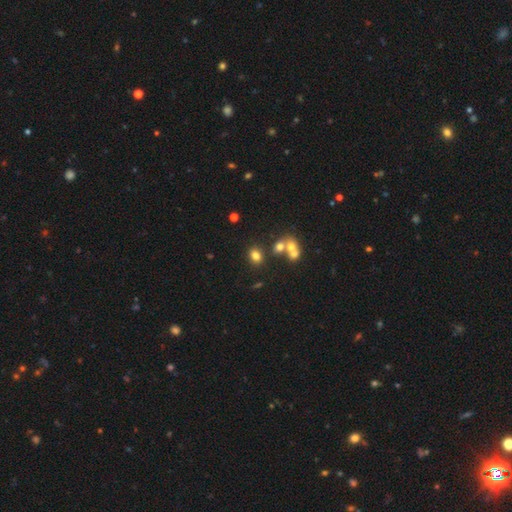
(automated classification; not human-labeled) Overall: smooth (74%). How rounded: in between (56%; round 43%). Merging: none (68%).